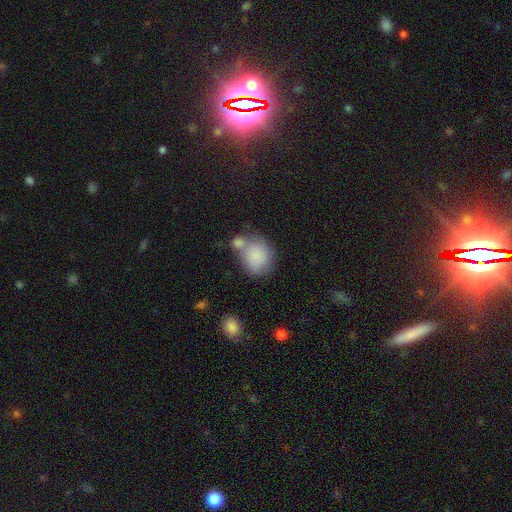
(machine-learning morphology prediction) Q: Smooth or featured?
A: smooth (82%); runner-up: featured or disk (11%)
Q: How rounded?
A: round (69%); runner-up: in between (30%)
Q: Merging?
A: merger (39%); runner-up: none (35%)